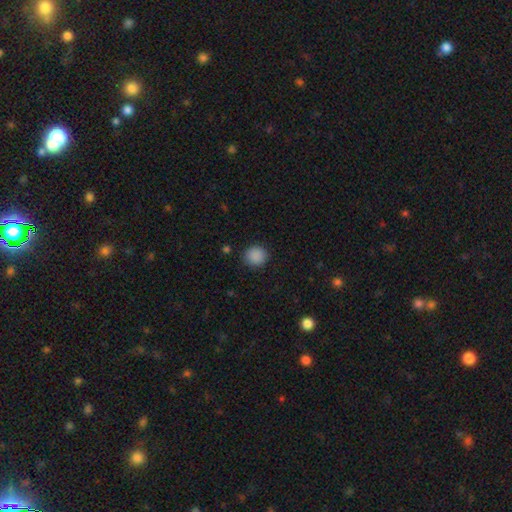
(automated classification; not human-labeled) The model was most divided on "how rounded": round: 89%, in between: 10%, cigar-shaped: 1%. More confident: smooth or featured — smooth (88%); merging — none (88%).